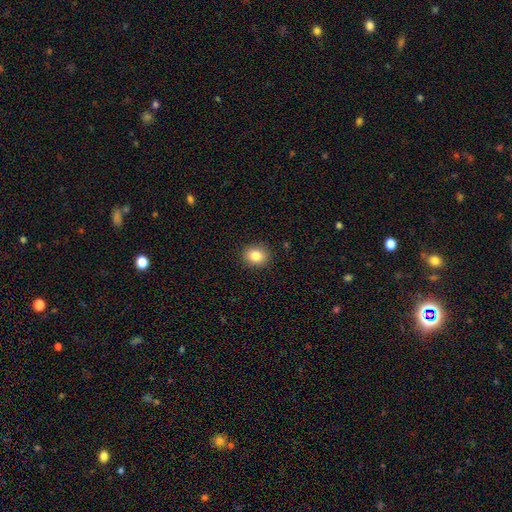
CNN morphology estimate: smooth-or-featured: smooth: 84% | star or artifact: 10% | featured or disk: 7%
  how-rounded: round: 60% | in between: 39% | cigar-shaped: 1%
  merging: none: 90% | minor disturbance: 7% | major disturbance: 2% | merger: 1%